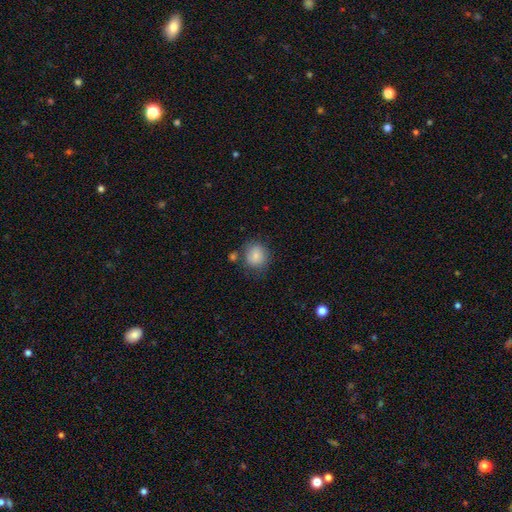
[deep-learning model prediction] Q: Smooth or featured?
A: smooth (83%); runner-up: featured or disk (9%)
Q: How rounded?
A: round (77%); runner-up: in between (22%)
Q: Merging?
A: none (71%); runner-up: minor disturbance (16%)